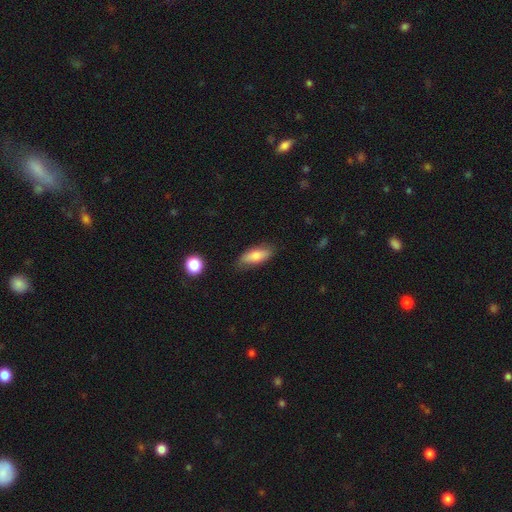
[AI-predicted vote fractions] Smooth or featured? smooth (73%)
How rounded? in between (69%)
Merging? none (78%)